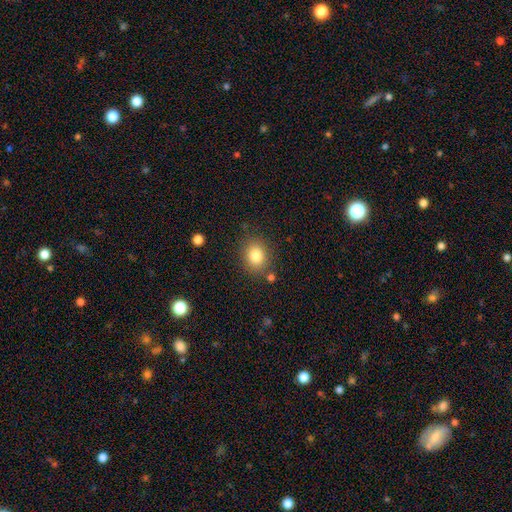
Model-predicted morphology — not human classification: Smooth or featured?
  - smooth: 83% *
  - star or artifact: 10%
  - featured or disk: 7%
How rounded?
  - round: 57% *
  - in between: 42%
  - cigar-shaped: 1%
Merging?
  - none: 81% *
  - minor disturbance: 11%
  - merger: 4%
  - major disturbance: 4%